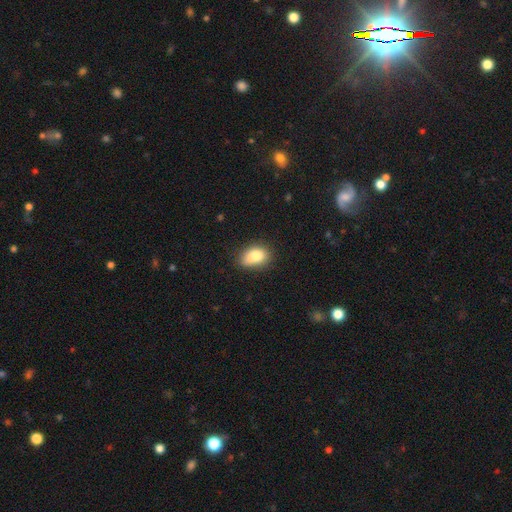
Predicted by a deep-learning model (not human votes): Overall: smooth (81%). How rounded: in between (81%). Merging: none (69%).